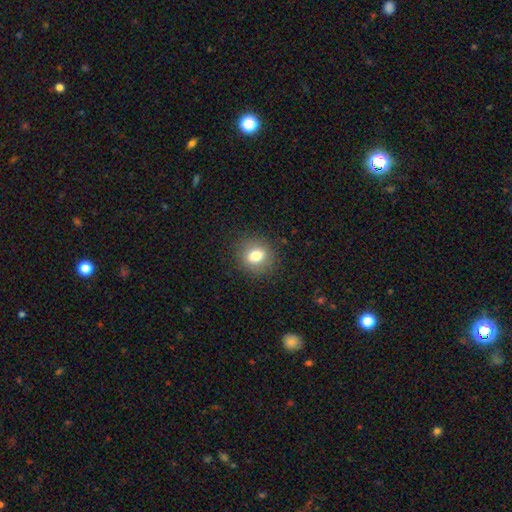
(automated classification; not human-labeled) Smooth or featured?
  - smooth: 77% *
  - featured or disk: 12%
  - star or artifact: 11%
How rounded?
  - round: 72% *
  - in between: 27%
  - cigar-shaped: 1%
Merging?
  - none: 88% *
  - minor disturbance: 8%
  - major disturbance: 3%
  - merger: 1%